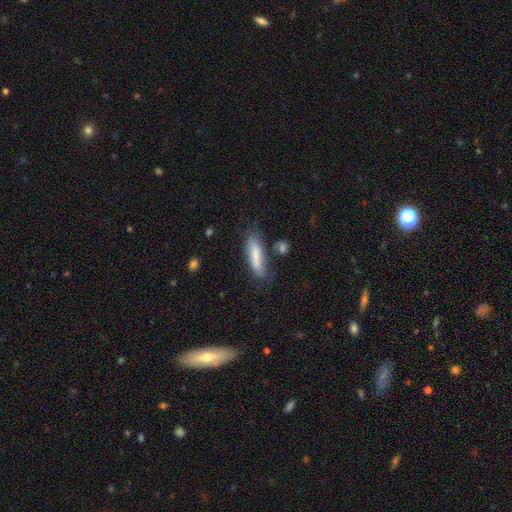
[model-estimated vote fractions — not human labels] A smooth galaxy with no disk features (75%) that is cigar-shaped (64%).

Vote fractions:
- Smooth or featured? smooth: 75% / featured or disk: 18% / star or artifact: 7%
- How rounded? cigar-shaped: 64% / in between: 34% / round: 2%
- Merging? none: 64% / minor disturbance: 22% / major disturbance: 8% / merger: 6%